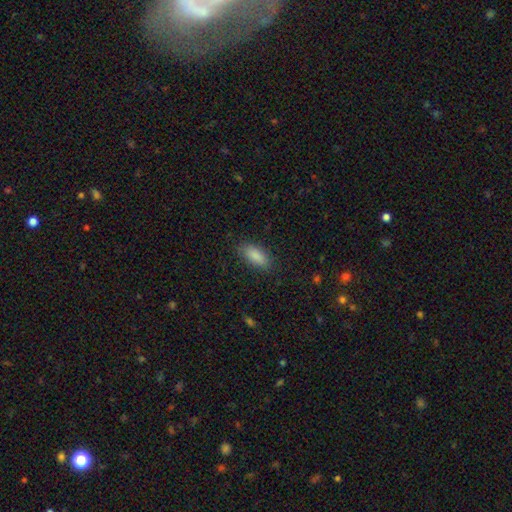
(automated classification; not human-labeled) This is clearly a smooth galaxy (88%). How rounded: clearly in between (84%). Merging: clearly none (84%).